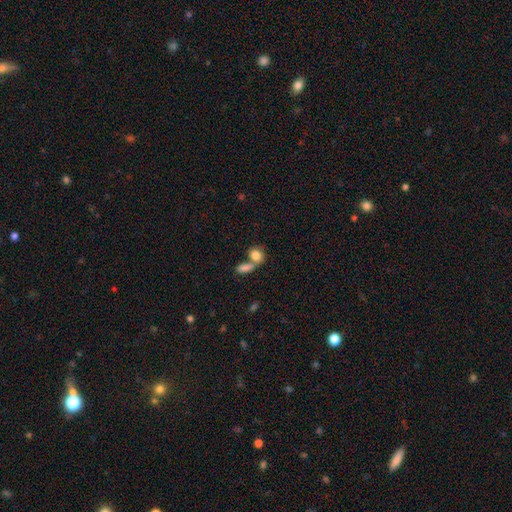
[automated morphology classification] smooth 81%, featured or disk 10%, star or artifact 8%. Down the decision tree: how rounded — in between (53%); merging — merger (50%).